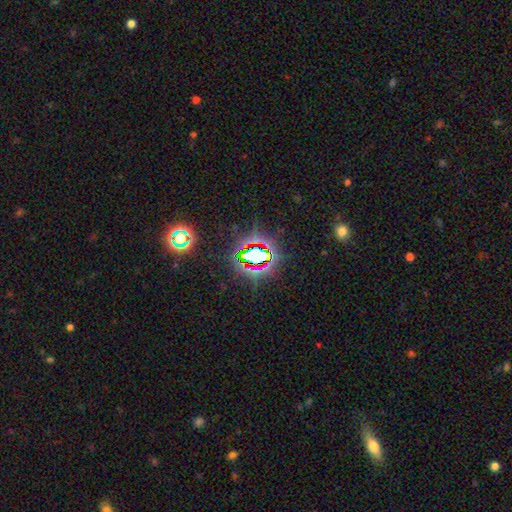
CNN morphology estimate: smooth_or_featured: star or artifact (p=0.75) [alt: smooth p=0.15]